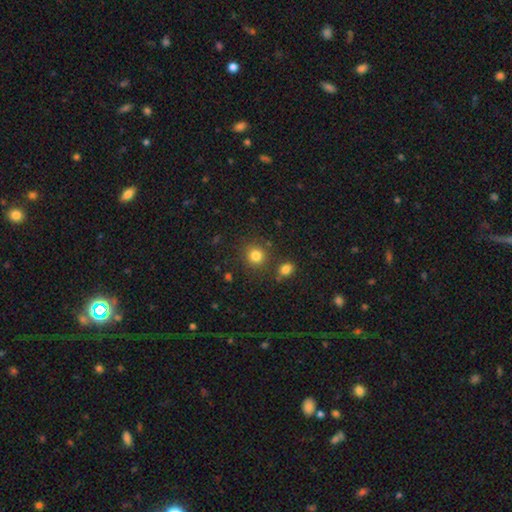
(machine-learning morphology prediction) A smooth galaxy with no disk features (82%) that is round (90%).

Vote fractions:
- Smooth or featured? smooth: 82% / star or artifact: 13% / featured or disk: 6%
- How rounded? round: 90% / in between: 10% / cigar-shaped: 1%
- Merging? none: 82% / minor disturbance: 8% / merger: 7% / major disturbance: 3%